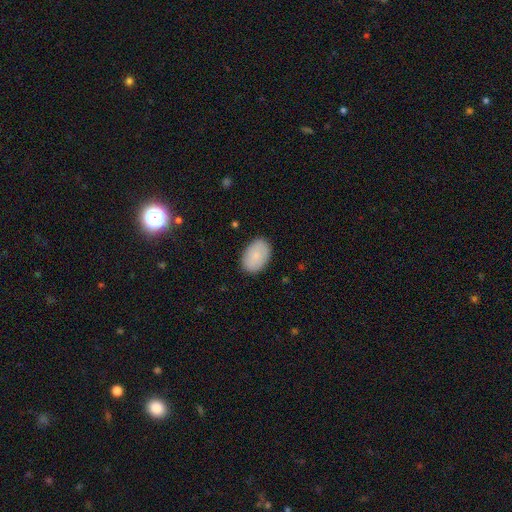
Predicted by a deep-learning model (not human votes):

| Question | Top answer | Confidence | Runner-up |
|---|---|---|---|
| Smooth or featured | smooth | 85% | featured or disk (9%) |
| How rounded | in between | 89% | round (10%) |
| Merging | none | 87% | minor disturbance (10%) |